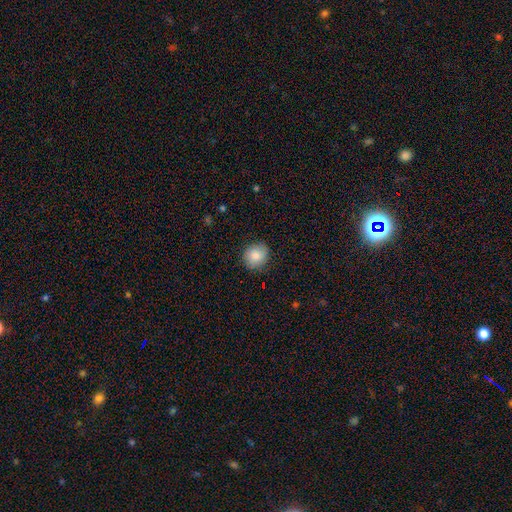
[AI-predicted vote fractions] A smooth galaxy with no disk features (84%) that is round (78%). Merging: none (84%).